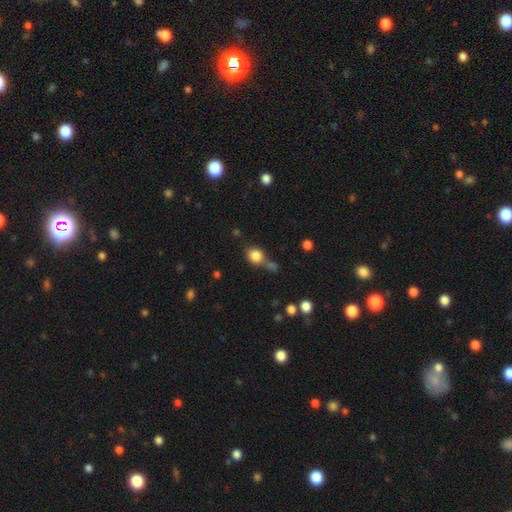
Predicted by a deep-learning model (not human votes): smooth-or-featured: smooth: 83% | star or artifact: 11% | featured or disk: 7%
  how-rounded: round: 72% | in between: 26% | cigar-shaped: 1%
  merging: none: 55% | merger: 24% | minor disturbance: 14% | major disturbance: 6%